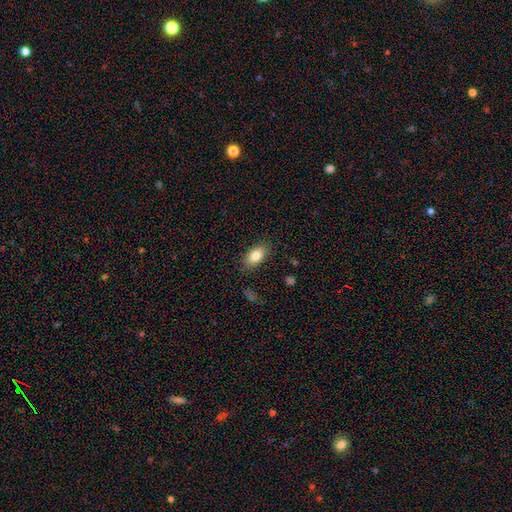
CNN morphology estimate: smooth 83%, featured or disk 9%, star or artifact 7%. Down the decision tree: how rounded — in between (90%); merging — none (85%).